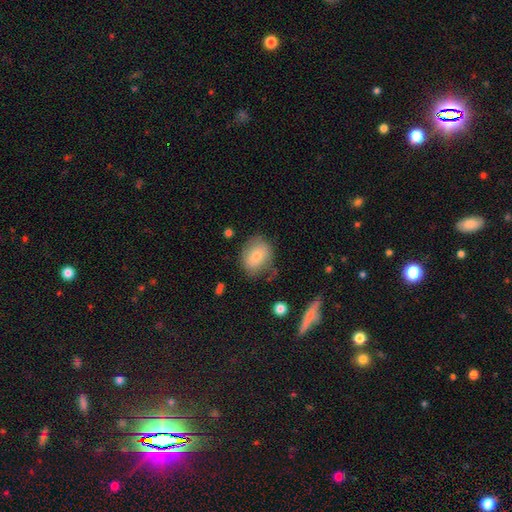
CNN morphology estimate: Overall: smooth (65%; featured or disk 26%). How rounded: round (51%; in between 47%). Merging: none (67%).